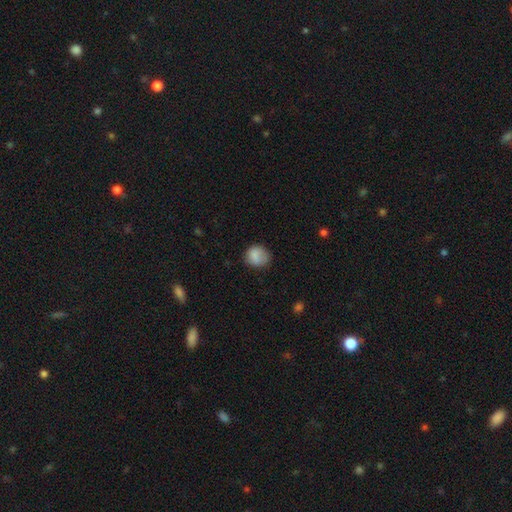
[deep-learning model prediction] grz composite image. It shows a smooth galaxy with no disk features (83%) that is round (74%). Merging: none (70%).